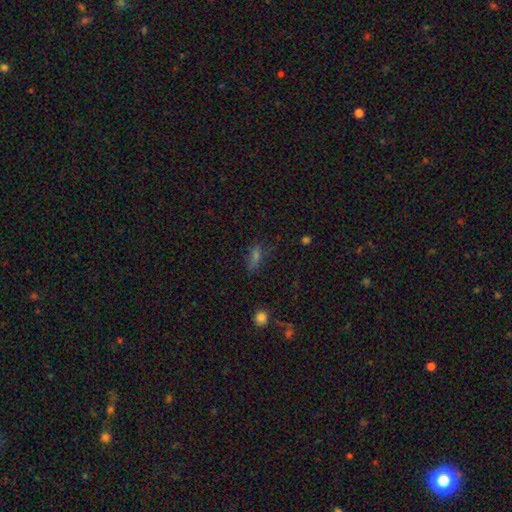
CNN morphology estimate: Smooth or featured: smooth — 55% (star or artifact — 29%)
How rounded: in between — 64% (cigar-shaped — 24%)
Merging: none — 65% (minor disturbance — 22%)